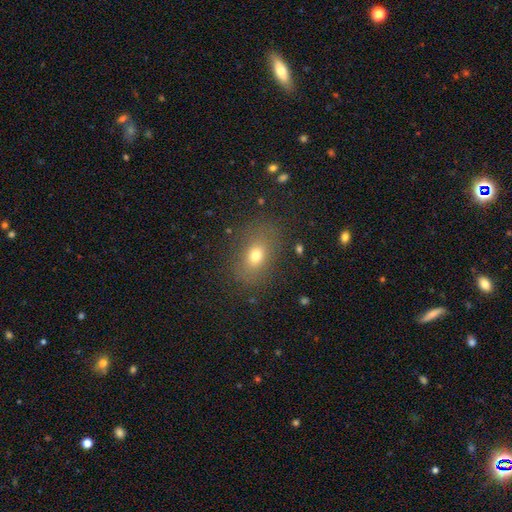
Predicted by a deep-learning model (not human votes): A smooth galaxy with no disk features (71%) that is in between round and cigar-shaped (73%). Merging: none (80%).